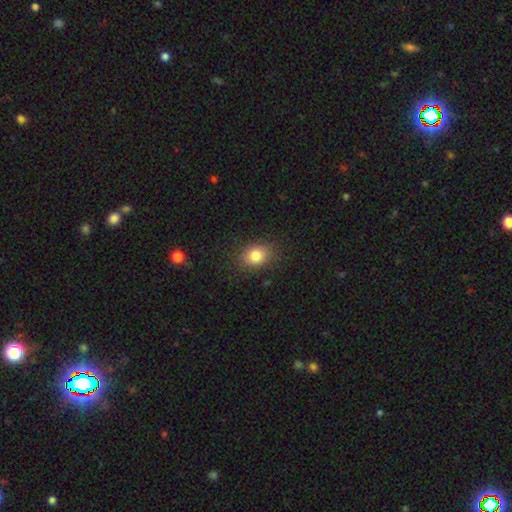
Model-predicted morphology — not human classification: Smooth or featured? Predicted: smooth (p=0.82). How rounded? Predicted: in between (p=0.61). Merging? Predicted: none (p=0.86).